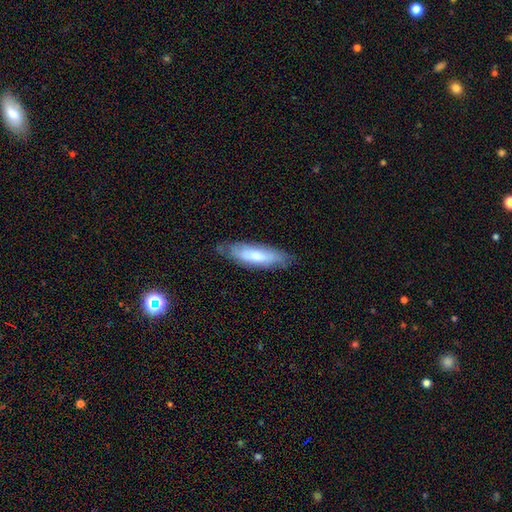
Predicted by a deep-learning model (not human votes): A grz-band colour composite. It shows a smooth galaxy with no disk features (65%) that is cigar-shaped (57%). Merging: none (74%).